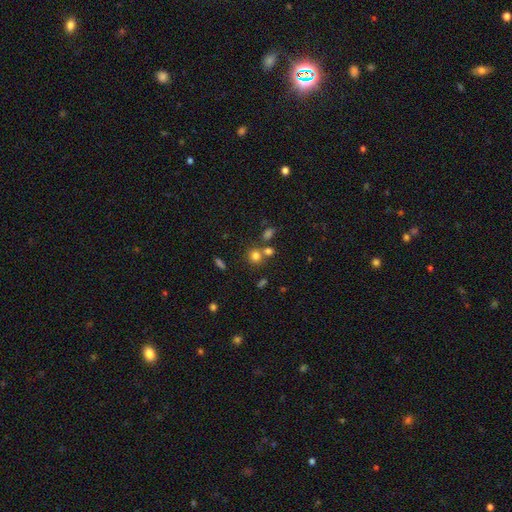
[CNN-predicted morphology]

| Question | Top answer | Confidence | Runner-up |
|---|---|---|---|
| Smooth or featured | smooth | 74% | star or artifact (17%) |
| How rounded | round | 82% | in between (17%) |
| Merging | none | 61% | merger (25%) |